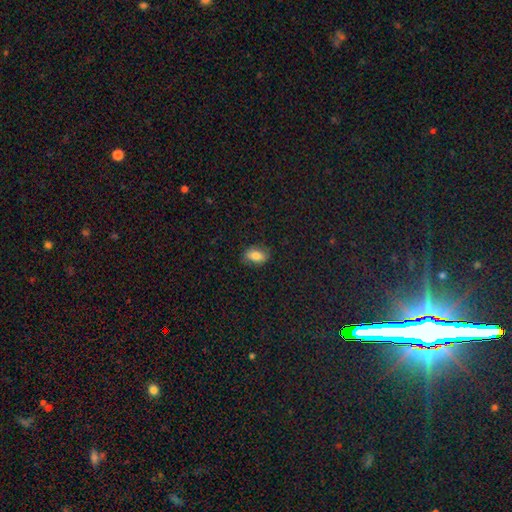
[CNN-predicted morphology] smooth-or-featured: smooth: 80% | featured or disk: 10% | star or artifact: 10%
  how-rounded: in between: 88% | round: 9% | cigar-shaped: 3%
  merging: none: 81% | minor disturbance: 15% | major disturbance: 4% | merger: 1%